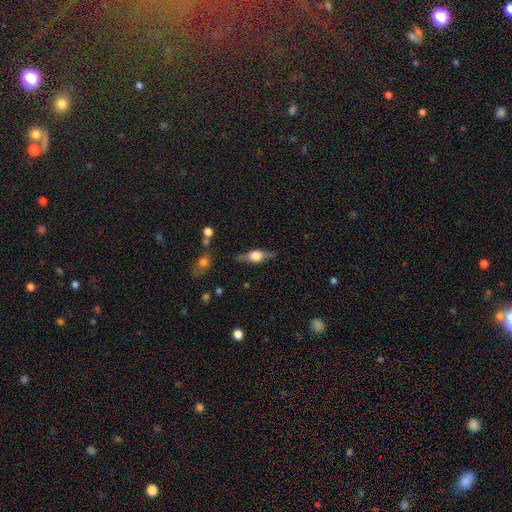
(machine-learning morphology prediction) Q: Smooth or featured?
A: featured or disk (67%); runner-up: smooth (26%)
Q: Edge-on disk?
A: yes (94%); runner-up: no (6%)
Q: Edge-on bulge?
A: rounded (92%); runner-up: boxy (7%)
Q: Merging?
A: none (80%); runner-up: minor disturbance (13%)